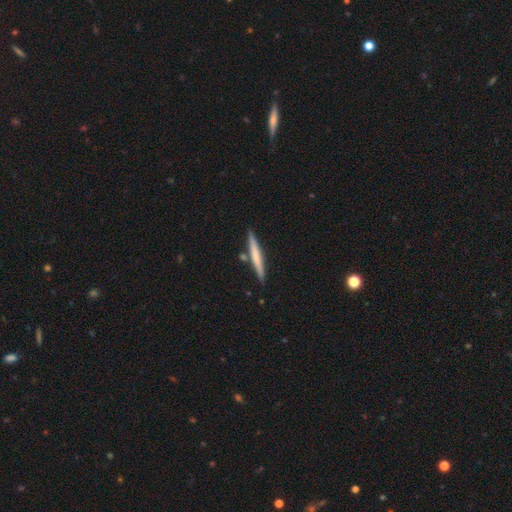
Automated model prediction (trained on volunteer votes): smooth-or-featured: smooth: 57% | featured or disk: 38% | star or artifact: 5%
  how-rounded: cigar-shaped: 96% | in between: 3% | round: 1%
  merging: none: 83% | minor disturbance: 9% | merger: 6% | major disturbance: 2%